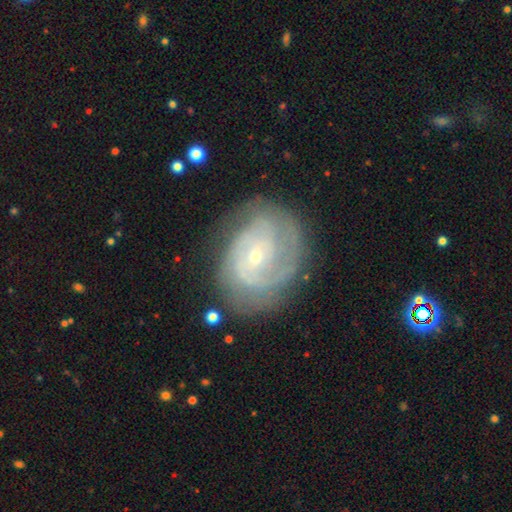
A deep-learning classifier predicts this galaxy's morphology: This is clearly a featured or disk galaxy (83%). It is clearly not viewed edge-on (97%). Bar: likely no (65%). Spiral arm pattern: clearly yes (93%). Spiral arm count: marginally can't tell (33%). Spiral winding: likely tight (61%). Central bulge: likely small (76%). Merging: likely none (67%).